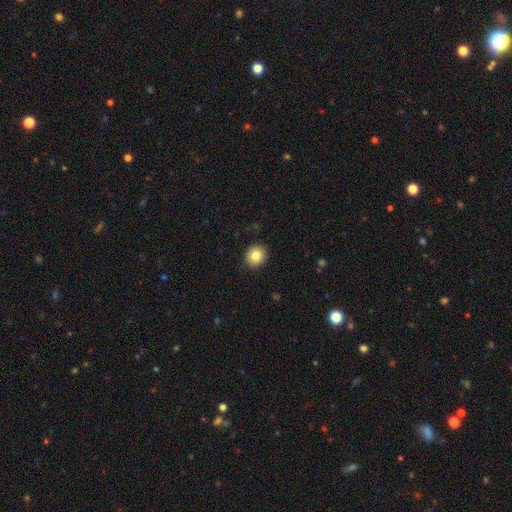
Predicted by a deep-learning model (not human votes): This appears to be a smooth galaxy with no disk features (82%) that is round (85%). Merging: none (91%).